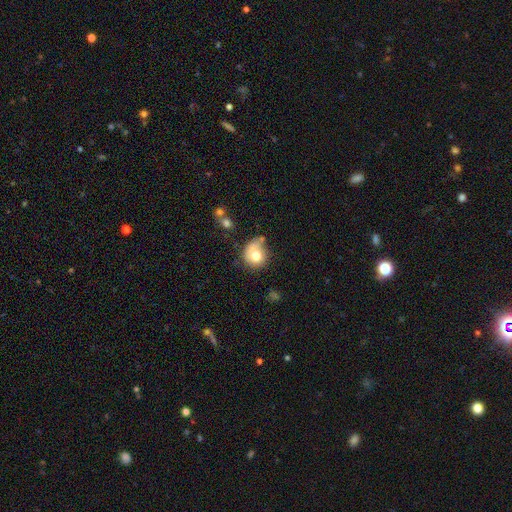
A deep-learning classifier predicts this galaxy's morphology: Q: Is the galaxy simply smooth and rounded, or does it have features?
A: smooth — 73%.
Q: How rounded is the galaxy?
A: round — 79%.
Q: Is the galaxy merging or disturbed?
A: none — 44%.